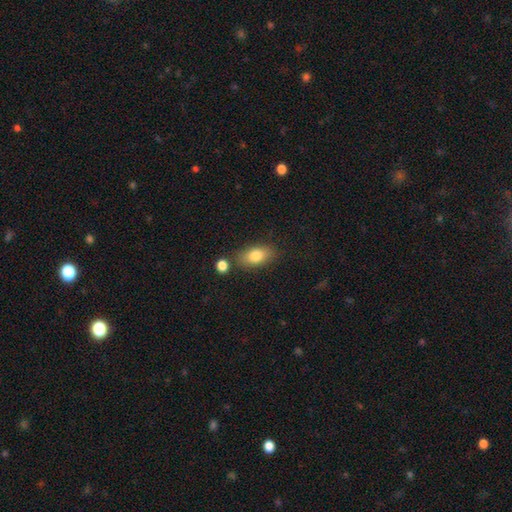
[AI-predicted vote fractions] Smooth or featured? smooth (81%)
How rounded? in between (88%)
Merging? none (77%)